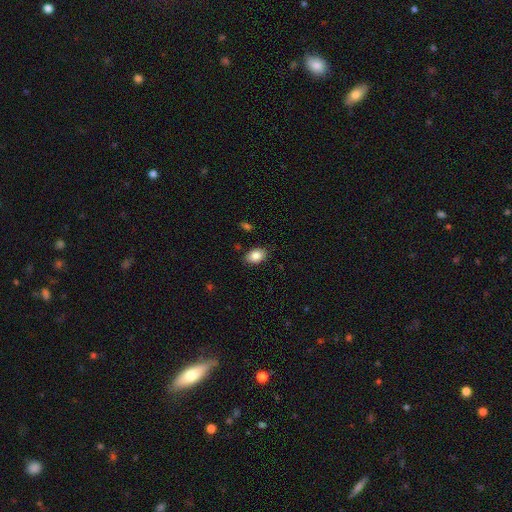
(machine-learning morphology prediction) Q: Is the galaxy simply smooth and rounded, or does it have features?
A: smooth — 86%.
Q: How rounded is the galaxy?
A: in between — 85%.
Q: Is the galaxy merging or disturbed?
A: none — 86%.